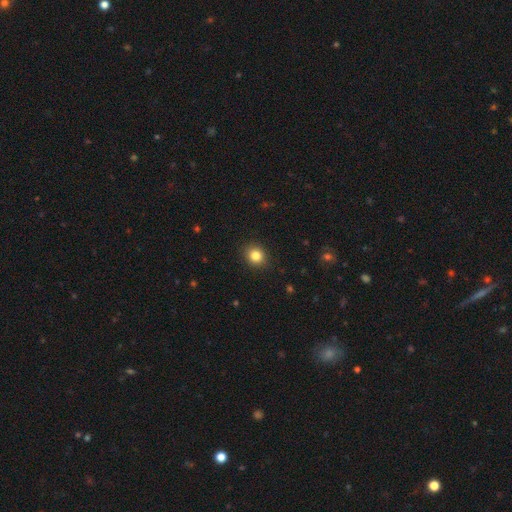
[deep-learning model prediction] A smooth galaxy with no disk features (84%) that is round (80%). Merging: none (90%).